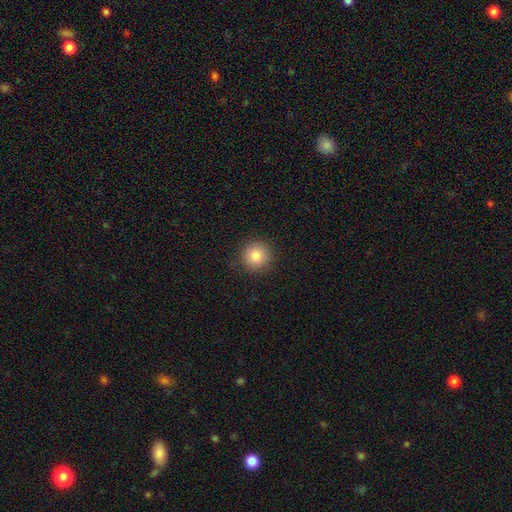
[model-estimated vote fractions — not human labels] Morphology: type=smooth (83%); roundness=round (95%); merging=none (91%).